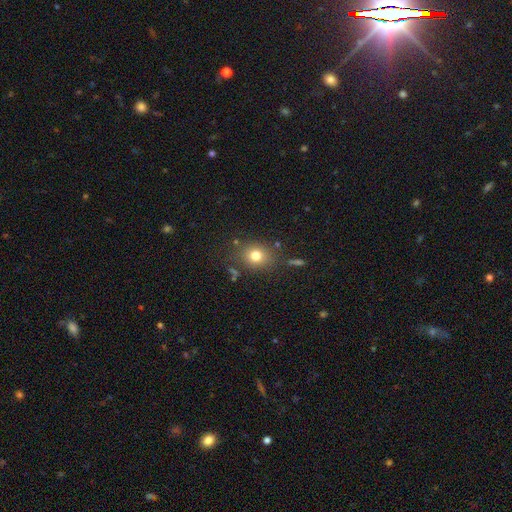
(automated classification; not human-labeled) A smooth galaxy with no disk features (77%) that is round (69%).

Vote fractions:
- Smooth or featured? smooth: 77% / star or artifact: 13% / featured or disk: 10%
- How rounded? round: 69% / in between: 30% / cigar-shaped: 1%
- Merging? none: 79% / minor disturbance: 12% / major disturbance: 5% / merger: 4%